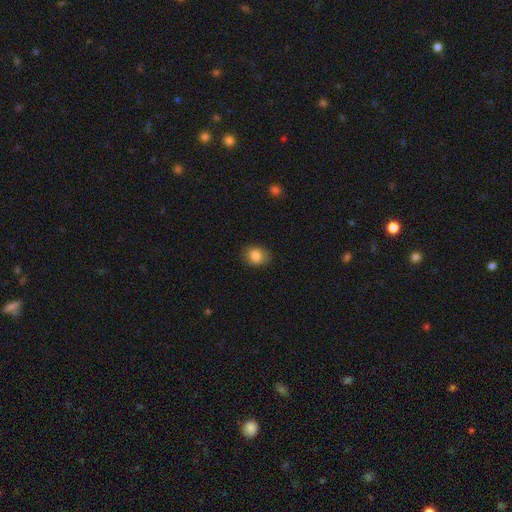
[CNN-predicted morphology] A smooth galaxy with no disk features (85%) that is in between round and cigar-shaped (51%). Merging: none (79%).